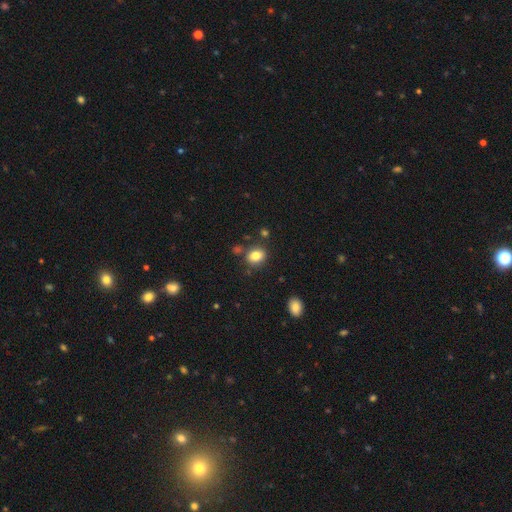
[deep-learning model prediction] Smooth or featured? smooth (82%)
How rounded? in between (52%)
Merging? none (79%)